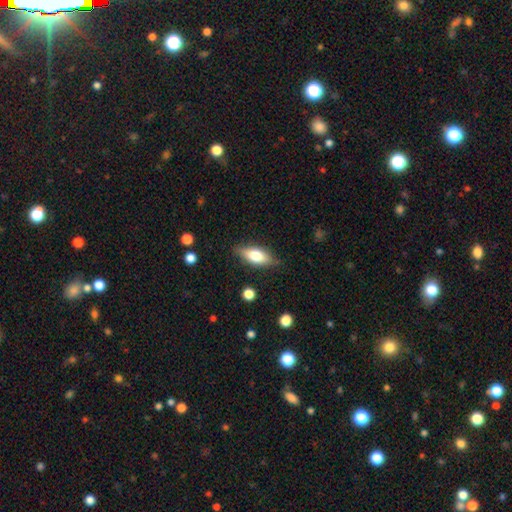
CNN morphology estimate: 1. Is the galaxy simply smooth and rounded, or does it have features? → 68% smooth, 25% featured or disk, 7% star or artifact.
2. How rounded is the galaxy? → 75% in between, 22% cigar-shaped, 3% round.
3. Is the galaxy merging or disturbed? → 83% none, 13% minor disturbance, 3% major disturbance, 1% merger.